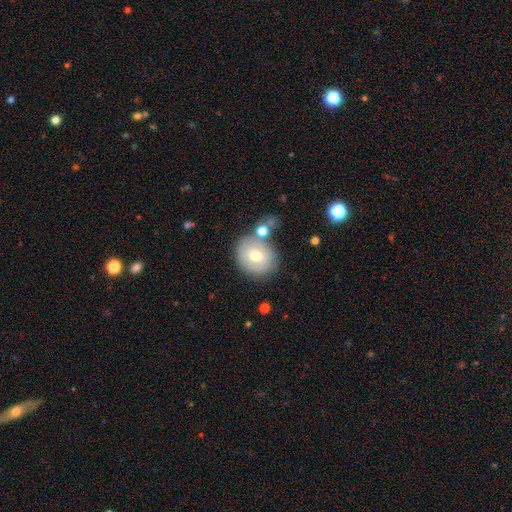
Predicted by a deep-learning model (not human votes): A smooth galaxy with no disk features (60%) that is round (75%). Merging: none (63%).